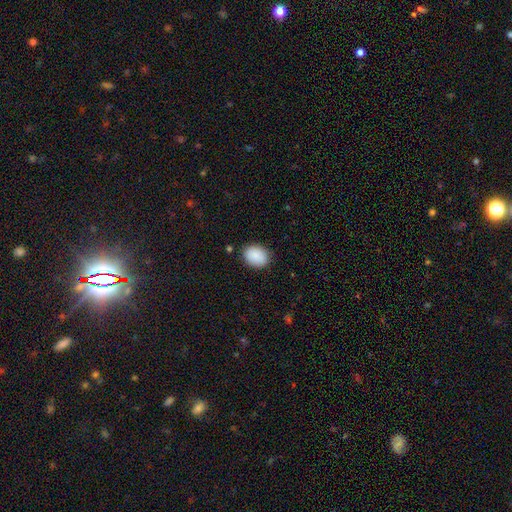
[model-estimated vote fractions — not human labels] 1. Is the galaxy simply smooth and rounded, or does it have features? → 90% smooth, 7% star or artifact, 4% featured or disk.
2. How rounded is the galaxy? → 64% in between, 35% round, 1% cigar-shaped.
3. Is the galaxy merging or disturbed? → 86% none, 10% minor disturbance, 2% major disturbance, 1% merger.